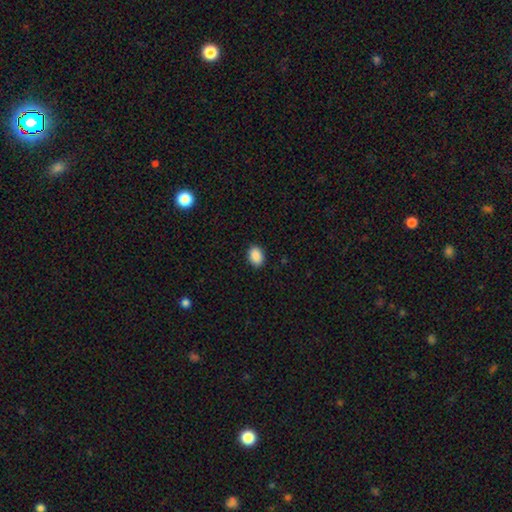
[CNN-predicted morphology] type=smooth (90%); roundness=in between (78%); merging=none (90%).